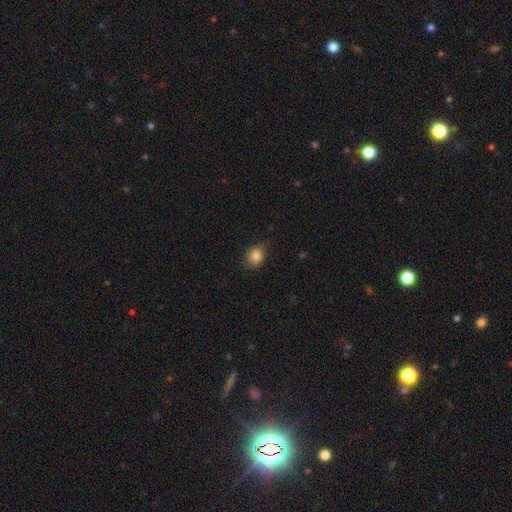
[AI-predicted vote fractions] smooth_or_featured: smooth (p=0.84) [alt: star or artifact p=0.09]
how_rounded: round (p=0.57) [alt: in between p=0.42]
merging: none (p=0.72) [alt: minor disturbance p=0.22]